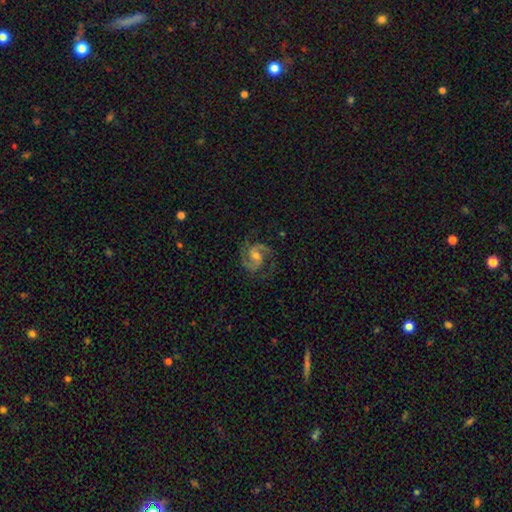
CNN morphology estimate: This is clearly a featured or disk galaxy (91%). It is clearly not viewed edge-on (98%). Bar: possibly weak (45%). Spiral arm pattern: clearly yes (98%). Spiral arm count: clearly 2 (91%). Spiral winding: likely medium (62%). Central bulge: possibly moderate (51%). Merging: likely none (76%).